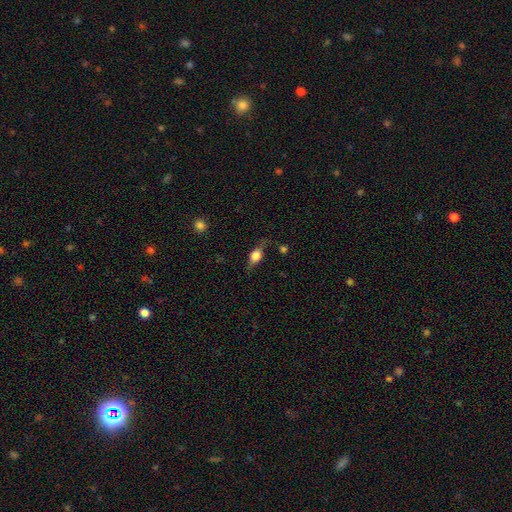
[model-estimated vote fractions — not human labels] Smooth or featured: smooth — 55% (featured or disk — 35%)
How rounded: in between — 66% (round — 19%)
Merging: none — 64% (minor disturbance — 23%)